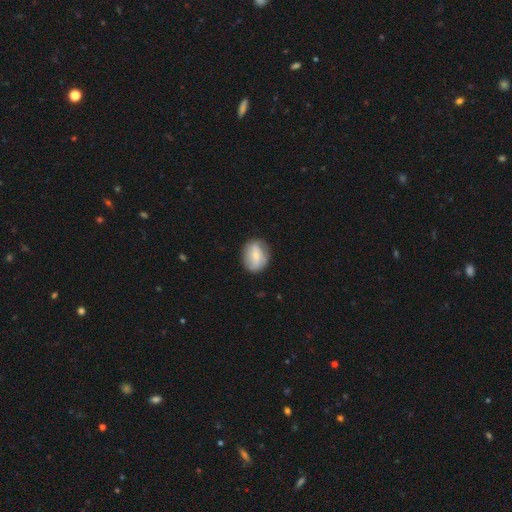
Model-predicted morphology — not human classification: Smooth or featured?
  - smooth: 64% *
  - featured or disk: 28%
  - star or artifact: 7%
How rounded?
  - in between: 57% *
  - round: 42%
  - cigar-shaped: 1%
Merging?
  - none: 78% *
  - minor disturbance: 16%
  - major disturbance: 4%
  - merger: 1%